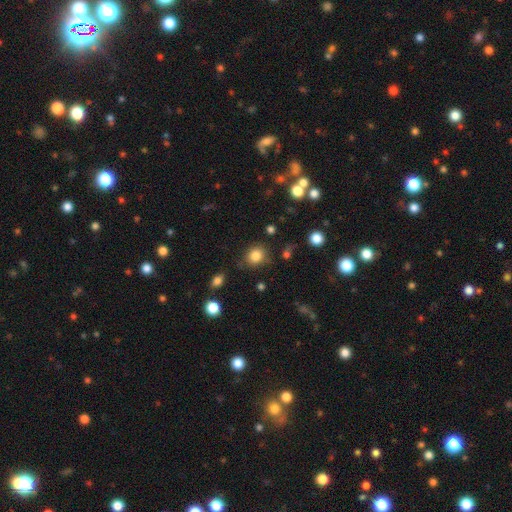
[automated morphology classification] A smooth galaxy with no disk features (84%) that is round (76%).

Vote fractions:
- Smooth or featured? smooth: 84% / star or artifact: 10% / featured or disk: 6%
- How rounded? round: 76% / in between: 23% / cigar-shaped: 1%
- Merging? none: 78% / minor disturbance: 14% / major disturbance: 4% / merger: 3%